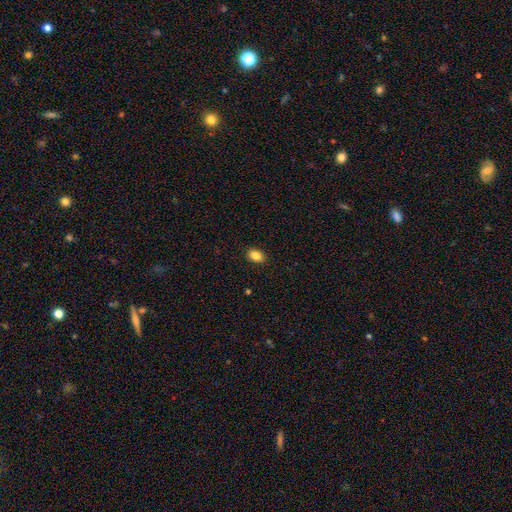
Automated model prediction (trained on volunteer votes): Smooth or featured: smooth — 86% (star or artifact — 9%)
How rounded: in between — 81% (round — 17%)
Merging: none — 90% (minor disturbance — 7%)